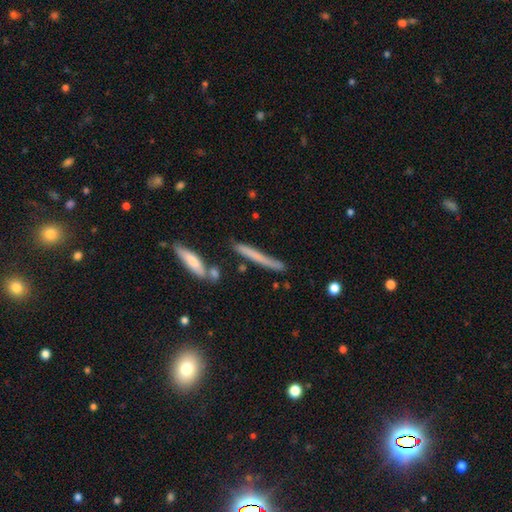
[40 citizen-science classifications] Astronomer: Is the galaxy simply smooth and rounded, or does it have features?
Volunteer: smooth — 68%.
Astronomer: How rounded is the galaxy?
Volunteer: cigar-shaped — 100%.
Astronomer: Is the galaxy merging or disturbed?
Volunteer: none — 79%.